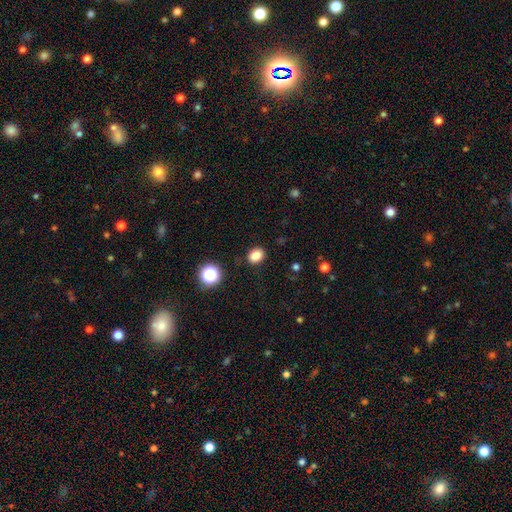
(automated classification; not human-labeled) A smooth galaxy with no disk features (83%) that is in between round and cigar-shaped (57%).

Vote fractions:
- Smooth or featured? smooth: 83% / star or artifact: 12% / featured or disk: 5%
- How rounded? in between: 57% / round: 42% / cigar-shaped: 1%
- Merging? none: 87% / minor disturbance: 9% / major disturbance: 3% / merger: 2%